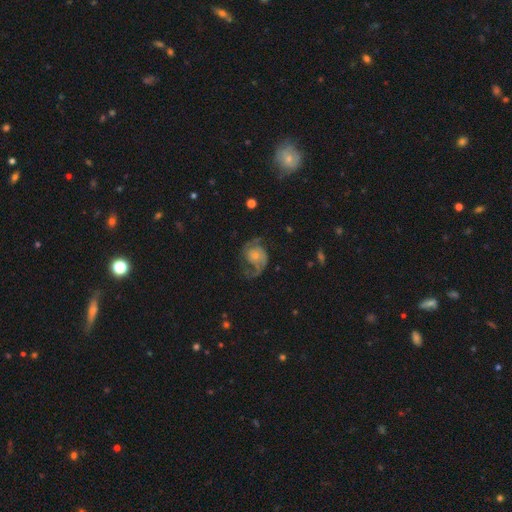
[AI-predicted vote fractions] This appears to be a featured or disk galaxy (83%) with no bar (74%), 2 (83%) medium (47%) spiral arms (95%) and a small central bulge (62%). Merging: none (61%).